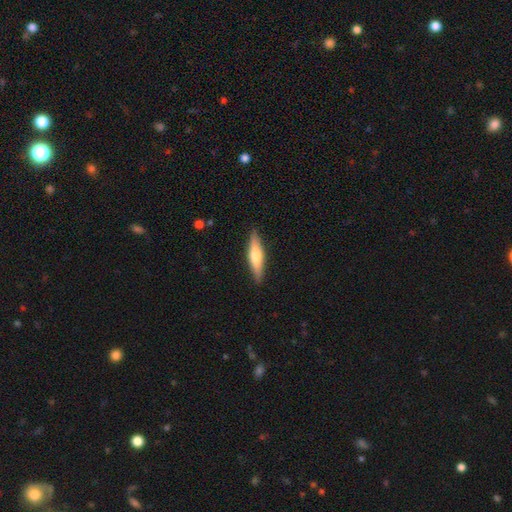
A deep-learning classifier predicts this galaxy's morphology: smooth_or_featured: smooth (p=0.55) [alt: featured or disk p=0.39]
how_rounded: cigar-shaped (p=0.70) [alt: in between p=0.28]
merging: none (p=0.88) [alt: minor disturbance p=0.09]